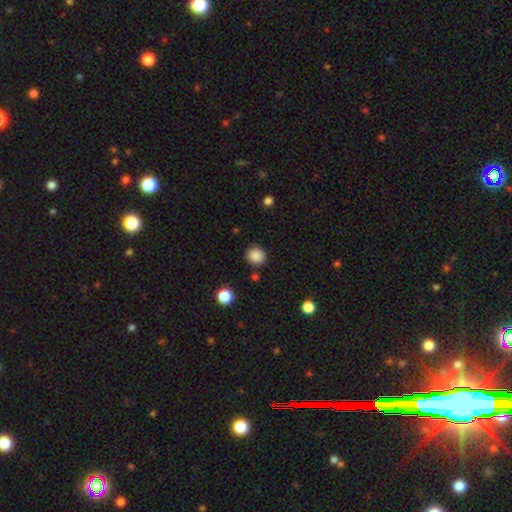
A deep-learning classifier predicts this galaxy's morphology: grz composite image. It shows a smooth galaxy with no disk features (87%) that is round (86%). Merging: none (87%).